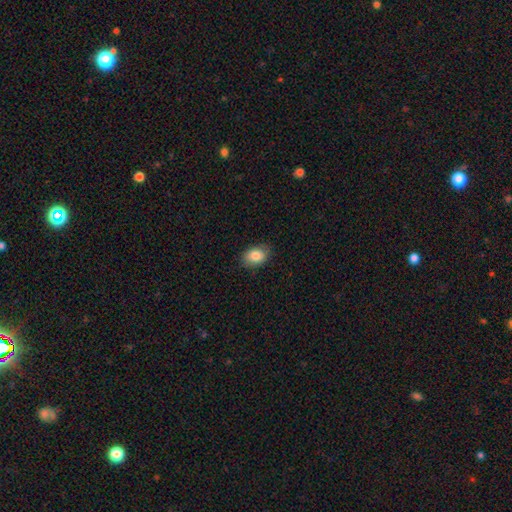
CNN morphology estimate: Smooth or featured?
  - smooth: 84% *
  - featured or disk: 8%
  - star or artifact: 8%
How rounded?
  - in between: 80% *
  - round: 19%
  - cigar-shaped: 1%
Merging?
  - none: 85% *
  - minor disturbance: 12%
  - major disturbance: 3%
  - merger: 1%